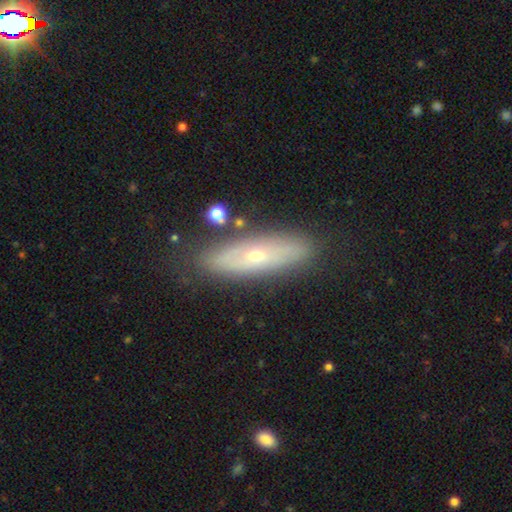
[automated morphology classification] smooth-or-featured: featured or disk: 50% | smooth: 42% | star or artifact: 8%
  disk-edge-on: no: 52% | yes: 48%
  merging: none: 81% | minor disturbance: 13% | major disturbance: 3% | merger: 3%